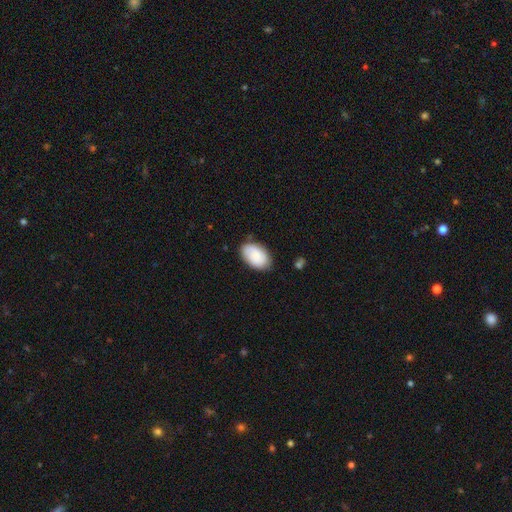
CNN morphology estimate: smooth 83%, featured or disk 11%, star or artifact 6%. Down the decision tree: how rounded — in between (93%); merging — none (78%).